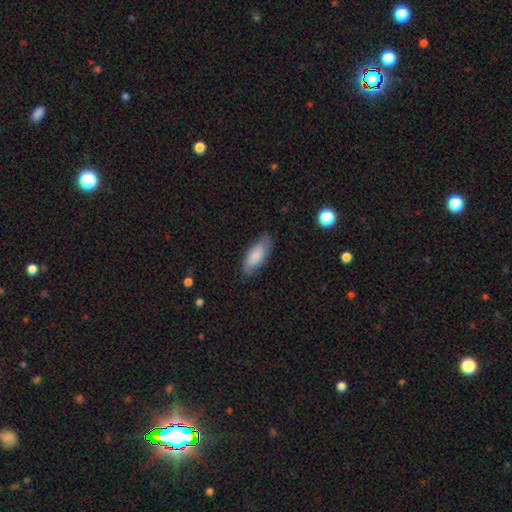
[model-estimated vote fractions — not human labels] smooth_or_featured: smooth (p=0.78) [alt: featured or disk p=0.16]
how_rounded: in between (p=0.80) [alt: cigar-shaped p=0.18]
merging: none (p=0.73) [alt: minor disturbance p=0.21]